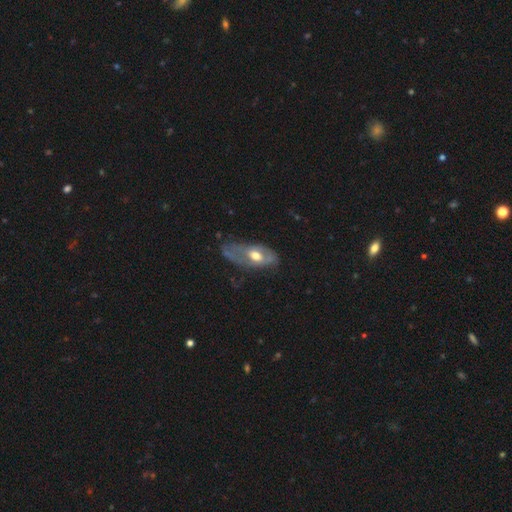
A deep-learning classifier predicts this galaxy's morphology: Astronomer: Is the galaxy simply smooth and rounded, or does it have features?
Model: featured or disk — 57% (runner-up: smooth, 37%).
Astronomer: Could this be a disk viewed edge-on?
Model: no — 84%.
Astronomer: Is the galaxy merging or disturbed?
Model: minor disturbance — 34% (runner-up: none, 33%).